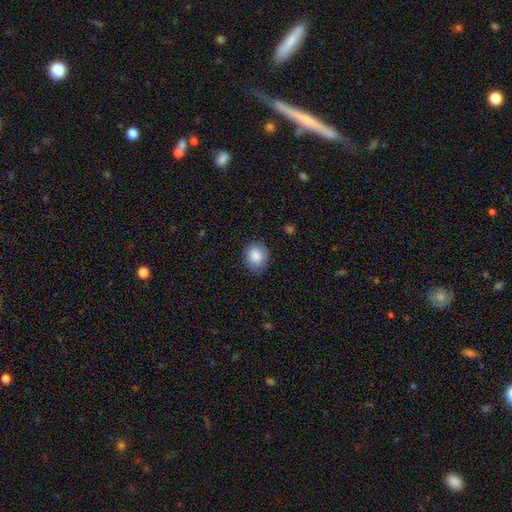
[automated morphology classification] Q: Smooth or featured?
A: smooth (87%); runner-up: star or artifact (8%)
Q: How rounded?
A: round (60%); runner-up: in between (39%)
Q: Merging?
A: none (79%); runner-up: minor disturbance (16%)